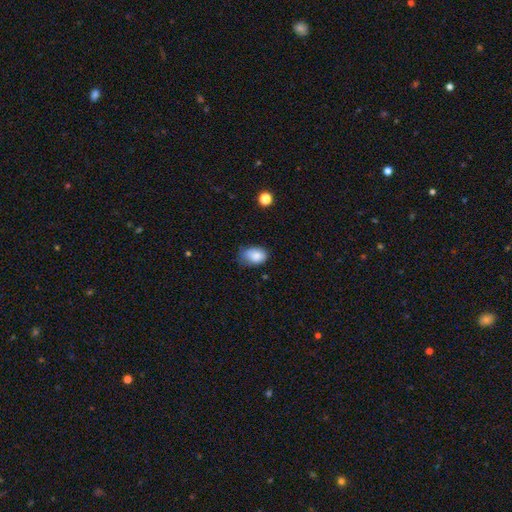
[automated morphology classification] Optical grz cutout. It shows a smooth galaxy with no disk features (85%) that is in between round and cigar-shaped (84%). Merging: none (53%).